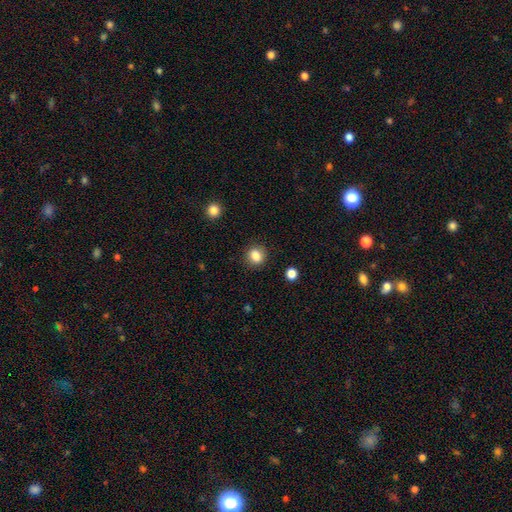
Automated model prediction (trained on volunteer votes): Smooth or featured?
  - smooth: 85% *
  - star or artifact: 10%
  - featured or disk: 5%
How rounded?
  - round: 69% *
  - in between: 30%
  - cigar-shaped: 1%
Merging?
  - none: 87% *
  - minor disturbance: 9%
  - major disturbance: 3%
  - merger: 1%